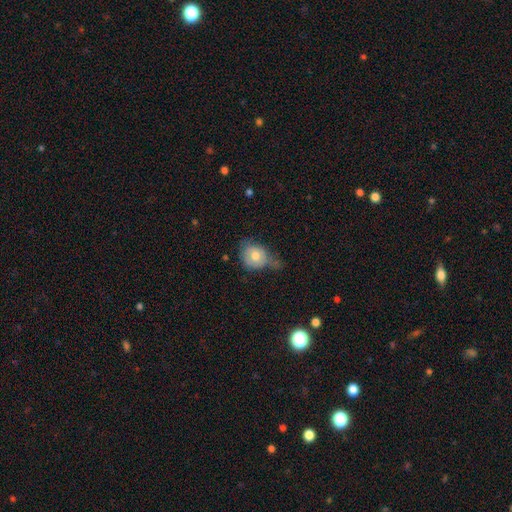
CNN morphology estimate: Q: Smooth or featured?
A: smooth (68%); runner-up: featured or disk (24%)
Q: How rounded?
A: round (67%); runner-up: in between (32%)
Q: Merging?
A: minor disturbance (37%); runner-up: none (34%)